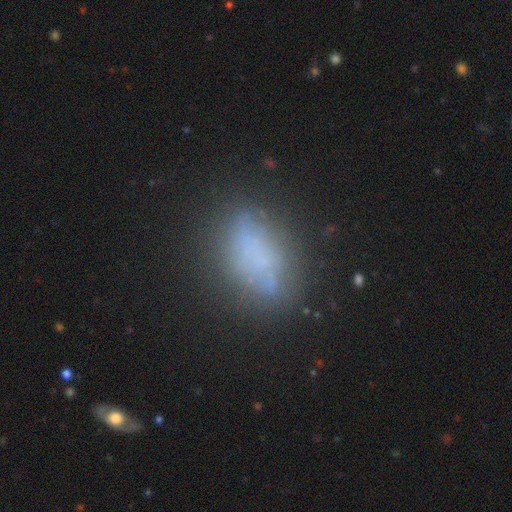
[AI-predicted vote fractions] This appears to be a smooth galaxy with no disk features (54%) that is in between round and cigar-shaped (80%). Merging: none (65%).